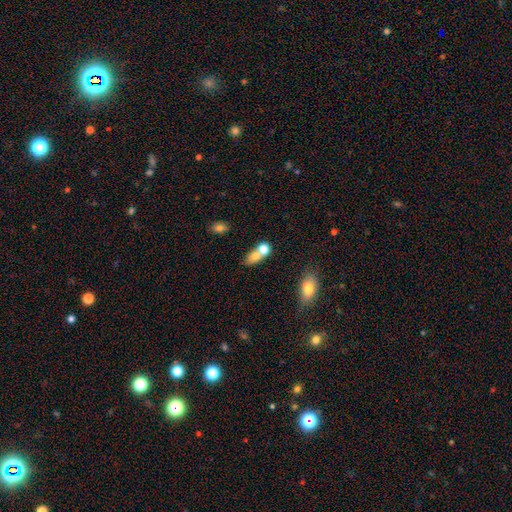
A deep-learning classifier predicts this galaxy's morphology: smooth 72%, featured or disk 18%, star or artifact 10%. Down the decision tree: how rounded — in between (62%); merging — merger (52%).